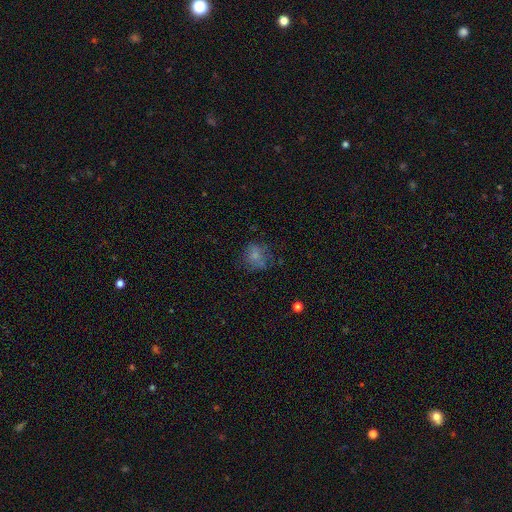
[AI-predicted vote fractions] Q: Smooth or featured?
A: smooth (67%); runner-up: featured or disk (19%)
Q: How rounded?
A: round (75%); runner-up: in between (24%)
Q: Merging?
A: none (59%); runner-up: minor disturbance (22%)